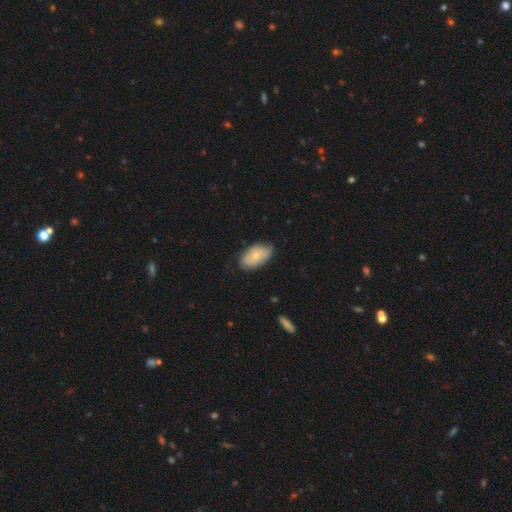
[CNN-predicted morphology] The model was most divided on "smooth or featured": smooth: 68%, featured or disk: 26%, star or artifact: 6%. More confident: how rounded — in between (93%); merging — none (76%).